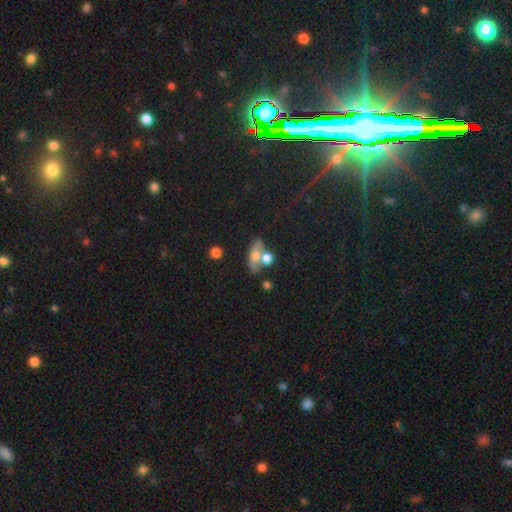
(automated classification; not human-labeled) Morphology: type=smooth (59%); roundness=in between (71%); merging=merger (41%).